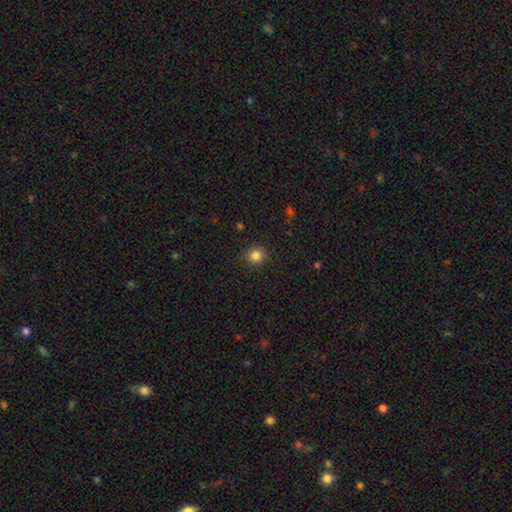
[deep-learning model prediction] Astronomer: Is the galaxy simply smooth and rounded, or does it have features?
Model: smooth — 84%.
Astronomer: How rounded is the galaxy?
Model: round — 89%.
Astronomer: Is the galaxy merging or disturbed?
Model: none — 90%.